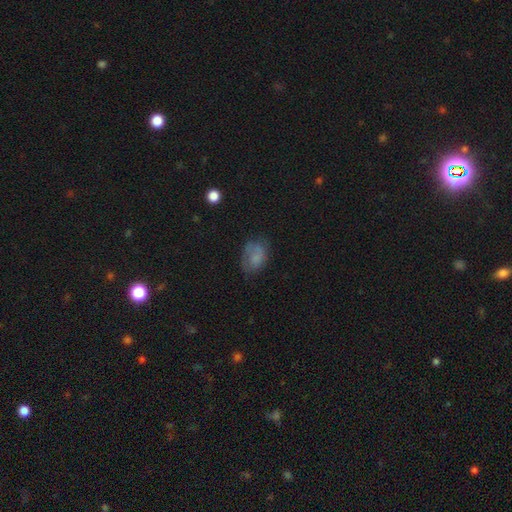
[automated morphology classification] smooth_or_featured: smooth (p=0.66) [alt: featured or disk p=0.22]
how_rounded: in between (p=0.73) [alt: round p=0.25]
merging: none (p=0.50) [alt: minor disturbance p=0.29]